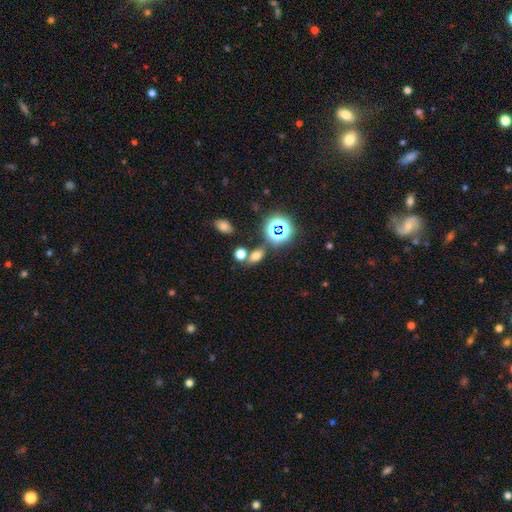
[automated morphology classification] Q: Smooth or featured?
A: smooth (63%); runner-up: star or artifact (28%)
Q: How rounded?
A: in between (75%); runner-up: round (20%)
Q: Merging?
A: none (65%); runner-up: merger (19%)